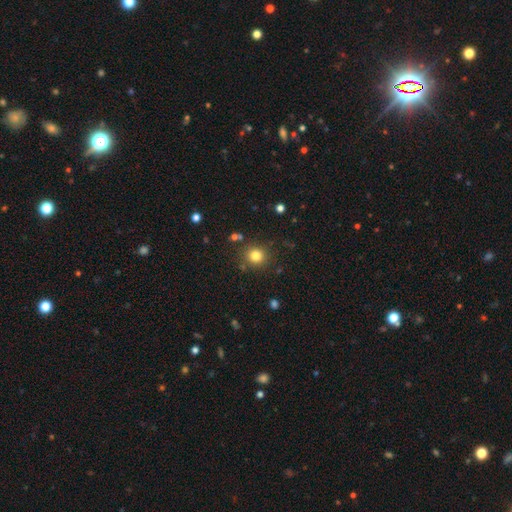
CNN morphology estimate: The model was most divided on "smooth or featured": smooth: 80%, star or artifact: 14%, featured or disk: 6%. More confident: how rounded — round (89%); merging — none (85%).